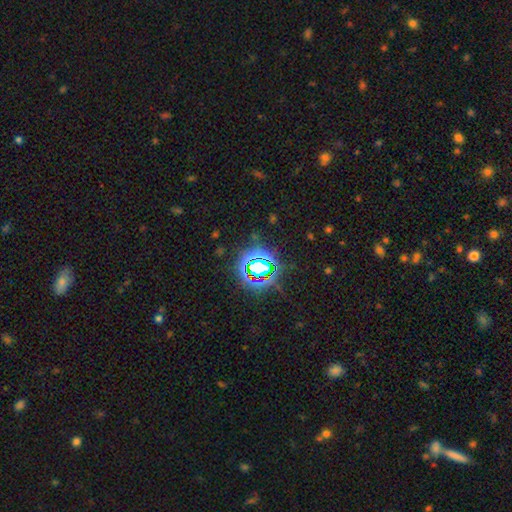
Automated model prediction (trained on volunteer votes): star or artifact 78%, smooth 15%, featured or disk 7%.